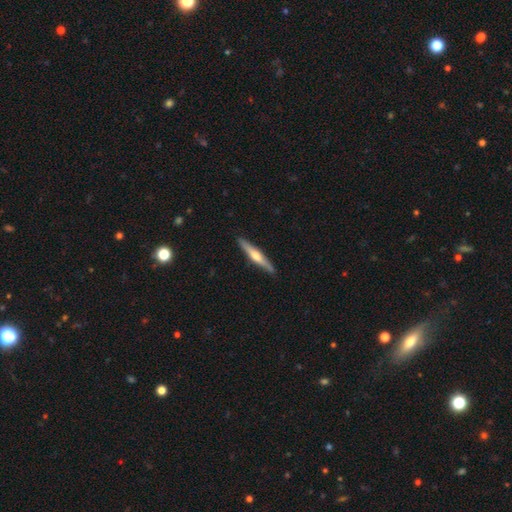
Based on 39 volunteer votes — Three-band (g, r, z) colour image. It shows a featured or disk galaxy (59%) viewed edge-on (96%) with a rounded central bulge (82%). Merging: none (87%).